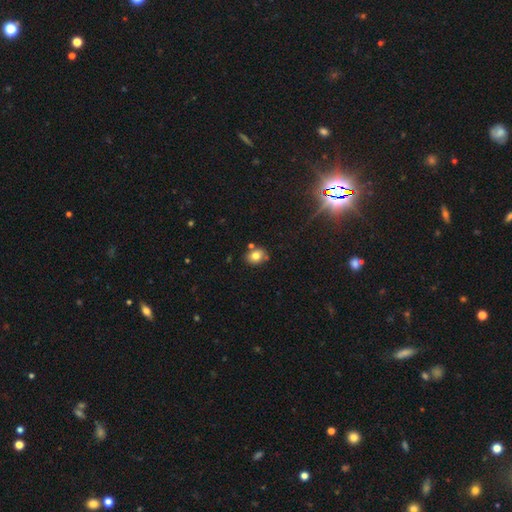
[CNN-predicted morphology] Smooth or featured?
  - smooth: 77% *
  - featured or disk: 12%
  - star or artifact: 12%
How rounded?
  - round: 53% *
  - in between: 46%
  - cigar-shaped: 1%
Merging?
  - none: 73% *
  - minor disturbance: 14%
  - merger: 10%
  - major disturbance: 3%